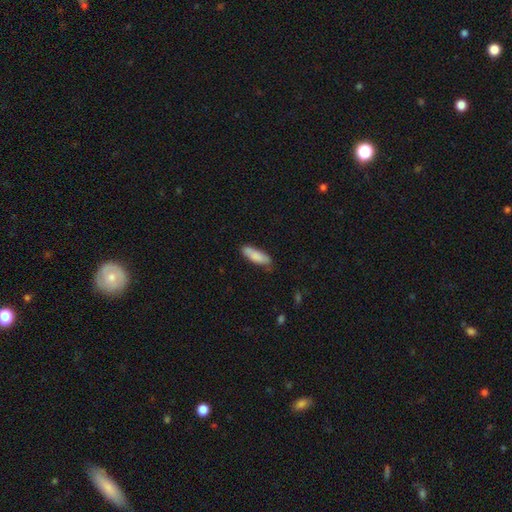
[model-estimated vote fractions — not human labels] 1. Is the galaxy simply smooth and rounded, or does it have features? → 81% smooth, 13% featured or disk, 6% star or artifact.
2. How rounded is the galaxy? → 52% in between, 46% cigar-shaped, 2% round.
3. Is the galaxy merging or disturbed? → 70% none, 21% minor disturbance, 6% merger, 4% major disturbance.